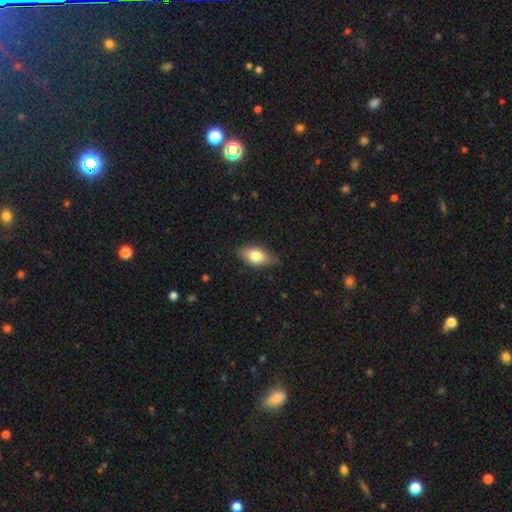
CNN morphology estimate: Smooth or featured: smooth — 77% (featured or disk — 16%)
How rounded: in between — 88% (round — 8%)
Merging: none — 75% (minor disturbance — 20%)